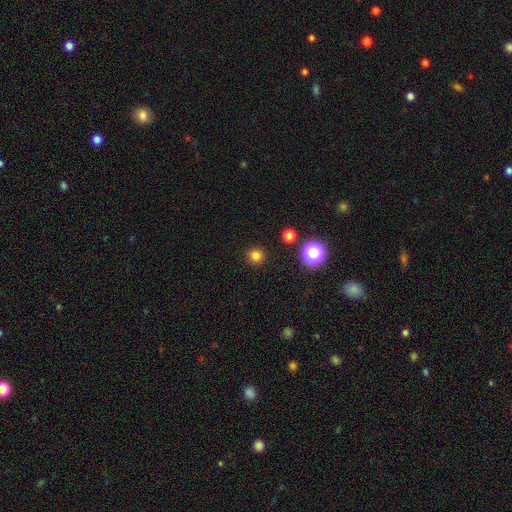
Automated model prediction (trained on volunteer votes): Smooth or featured? Predicted: smooth (p=0.80). How rounded? Predicted: round (p=0.95). Merging? Predicted: none (p=0.92).